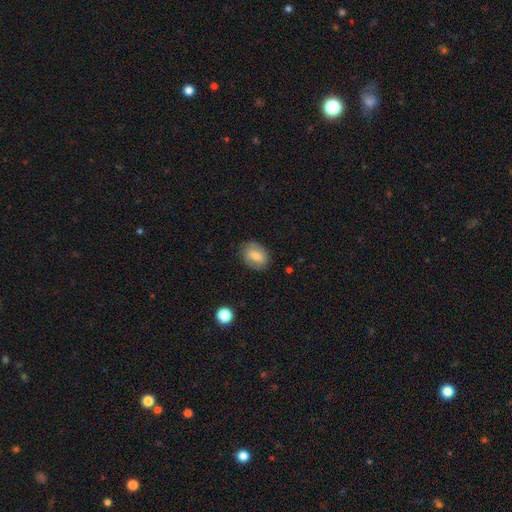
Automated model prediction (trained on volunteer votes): Smooth or featured? smooth (64%)
How rounded? in between (74%)
Merging? none (80%)